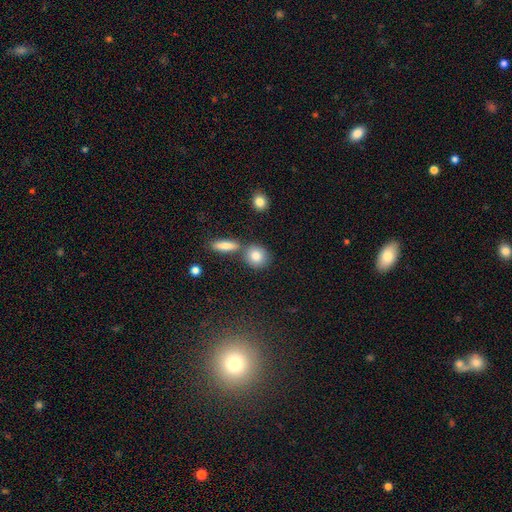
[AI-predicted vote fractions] Smooth or featured? smooth (83%)
How rounded? round (78%)
Merging? none (72%)